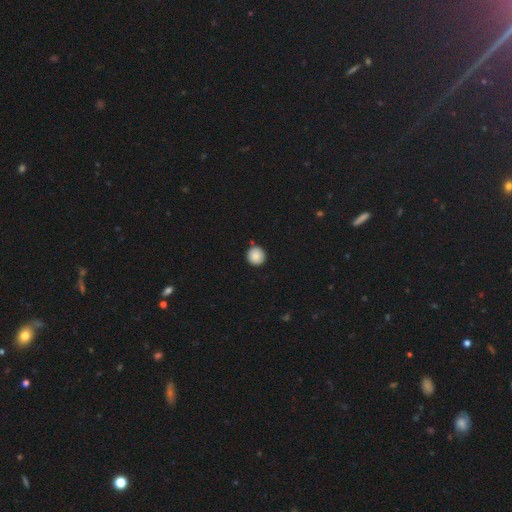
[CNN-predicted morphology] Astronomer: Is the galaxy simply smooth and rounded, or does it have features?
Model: smooth — 87%.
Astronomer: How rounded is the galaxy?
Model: round — 95%.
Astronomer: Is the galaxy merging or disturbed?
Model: none — 87%.